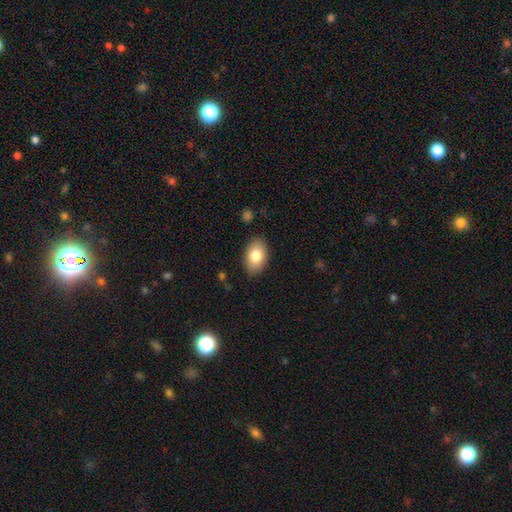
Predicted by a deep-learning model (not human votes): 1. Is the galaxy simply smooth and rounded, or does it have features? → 82% smooth, 12% featured or disk, 7% star or artifact.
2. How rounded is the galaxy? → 91% in between, 7% round, 1% cigar-shaped.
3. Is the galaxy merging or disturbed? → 86% none, 10% minor disturbance, 2% major disturbance, 1% merger.